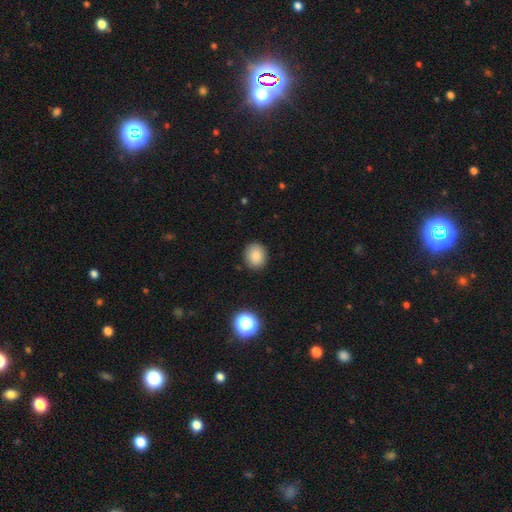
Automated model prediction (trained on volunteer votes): This is clearly a smooth galaxy (85%). How rounded: likely round (76%). Merging: clearly none (89%).